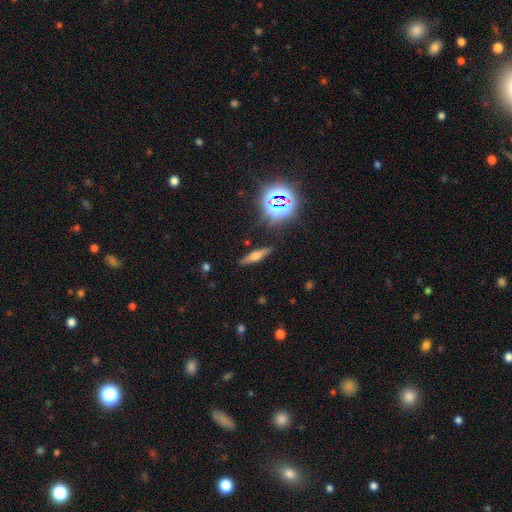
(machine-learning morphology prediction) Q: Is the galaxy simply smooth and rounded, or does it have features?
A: smooth — 45%.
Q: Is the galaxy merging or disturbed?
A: none — 86%.